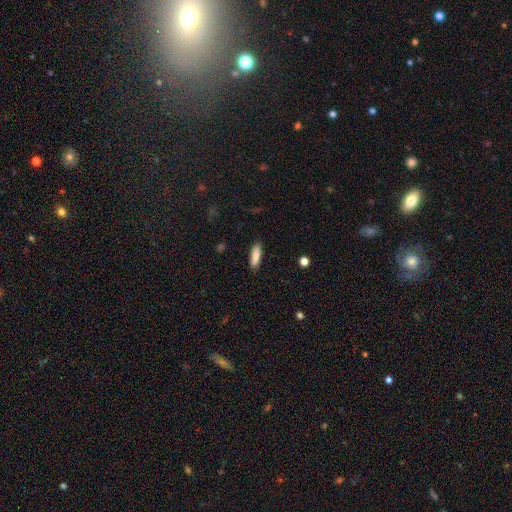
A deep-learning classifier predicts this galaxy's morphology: smooth 86%, featured or disk 7%, star or artifact 6%. Down the decision tree: how rounded — cigar-shaped (59%); merging — none (89%).